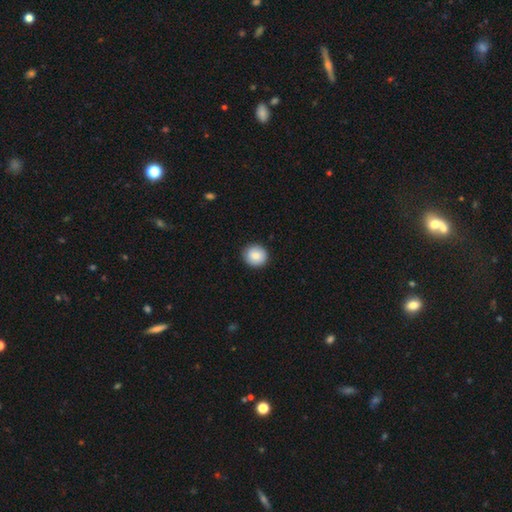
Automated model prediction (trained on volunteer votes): smooth-or-featured: smooth: 86% | star or artifact: 7% | featured or disk: 7%
  how-rounded: round: 89% | in between: 10% | cigar-shaped: 1%
  merging: none: 91% | minor disturbance: 6% | major disturbance: 2% | merger: 1%